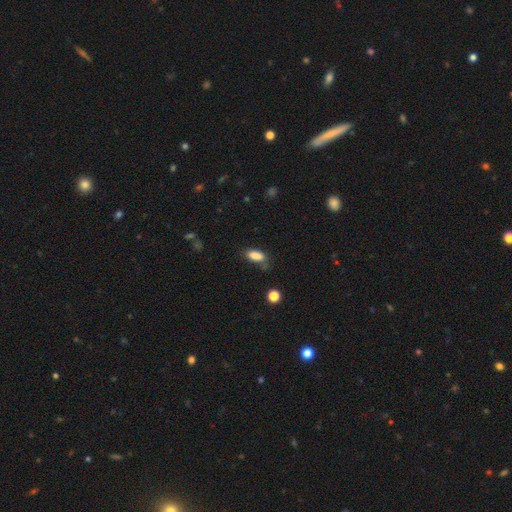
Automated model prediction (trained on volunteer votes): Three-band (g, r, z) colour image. It shows a smooth galaxy with no disk features (86%) that is in between round and cigar-shaped (83%). Merging: none (67%).